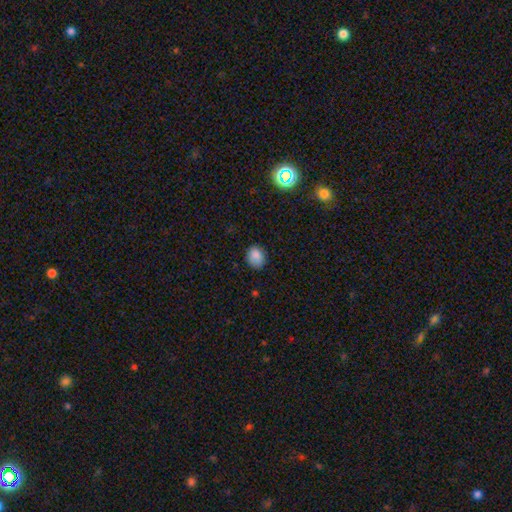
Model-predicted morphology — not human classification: Smooth or featured? Predicted: smooth (p=0.86). How rounded? Predicted: in between (p=0.51). Merging? Predicted: none (p=0.78).